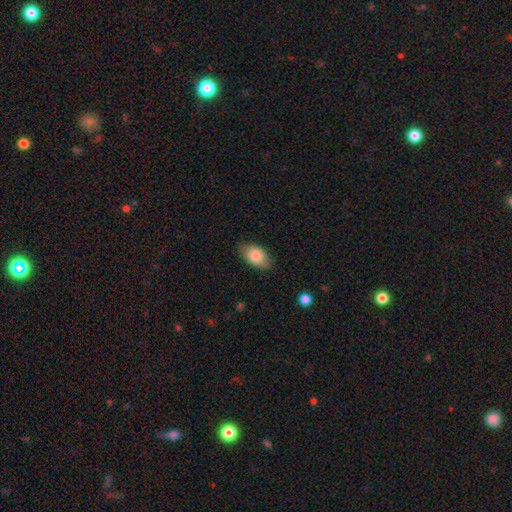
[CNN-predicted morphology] Smooth or featured: smooth — 85% (featured or disk — 9%)
How rounded: in between — 91% (round — 7%)
Merging: none — 81% (minor disturbance — 15%)